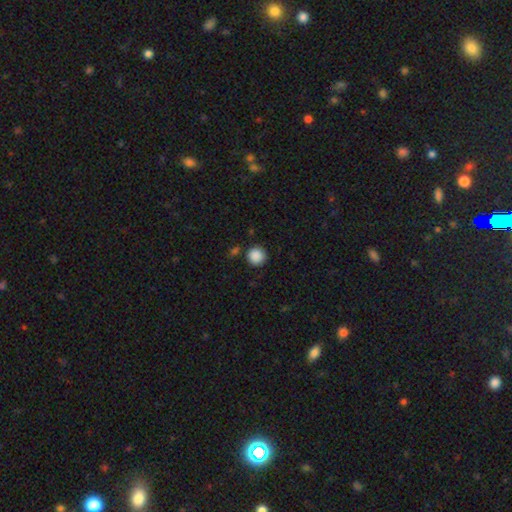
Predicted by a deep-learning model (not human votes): Q: Smooth or featured?
A: smooth (88%); runner-up: star or artifact (9%)
Q: How rounded?
A: round (94%); runner-up: in between (5%)
Q: Merging?
A: none (85%); runner-up: minor disturbance (9%)